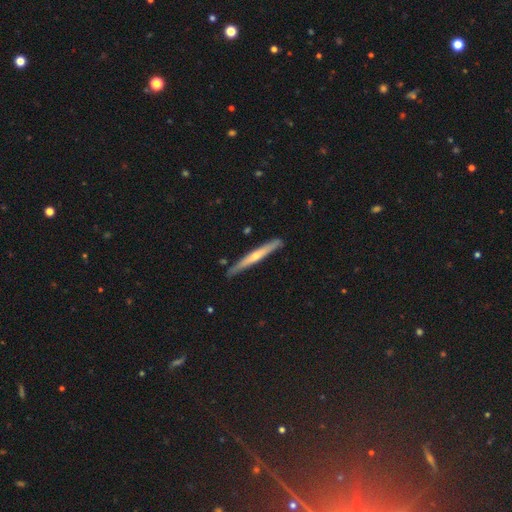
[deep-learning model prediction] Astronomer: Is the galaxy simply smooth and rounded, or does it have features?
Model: featured or disk — 59% (runner-up: smooth, 36%).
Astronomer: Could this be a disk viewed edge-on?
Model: yes — 97%.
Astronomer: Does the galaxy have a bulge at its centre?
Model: rounded — 64%.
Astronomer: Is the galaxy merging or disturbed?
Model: none — 88%.